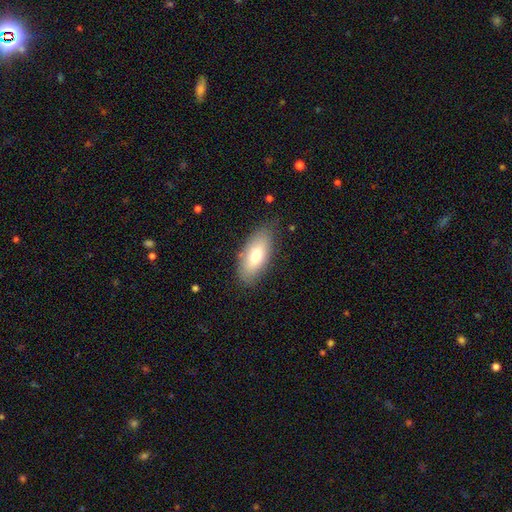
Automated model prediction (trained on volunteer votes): Overall: smooth (74%). How rounded: in between (87%). Merging: none (79%).